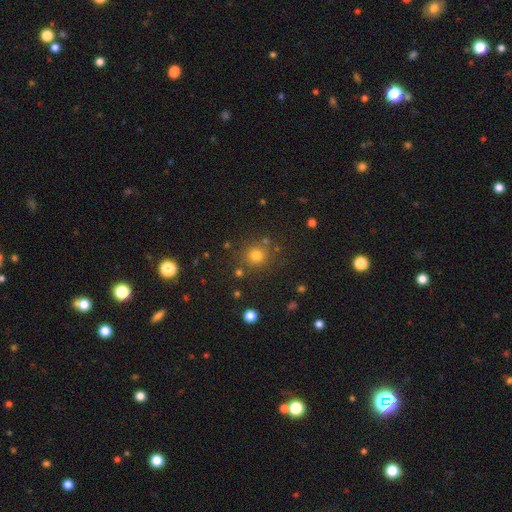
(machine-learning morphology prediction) smooth 77%, star or artifact 17%, featured or disk 6%. Down the decision tree: how rounded — round (91%); merging — none (83%).